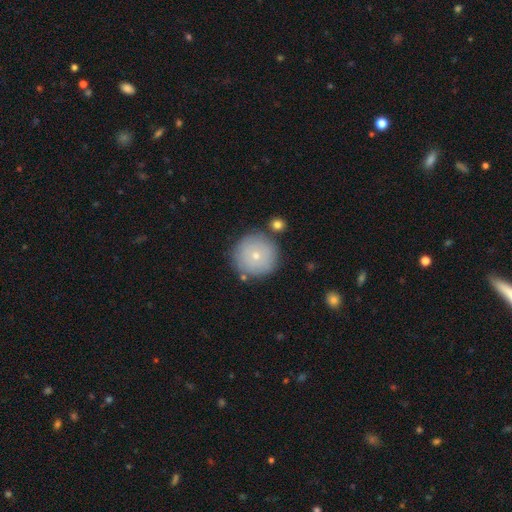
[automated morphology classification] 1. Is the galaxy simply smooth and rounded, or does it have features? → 67% smooth, 25% featured or disk, 8% star or artifact.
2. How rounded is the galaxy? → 95% round, 4% in between, 1% cigar-shaped.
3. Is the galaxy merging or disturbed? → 82% none, 11% minor disturbance, 4% merger, 3% major disturbance.